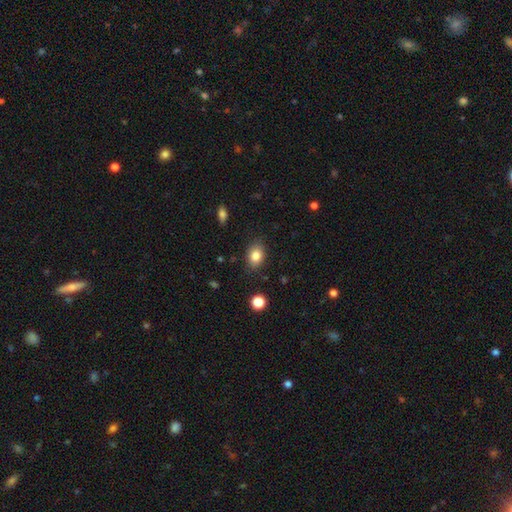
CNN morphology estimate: Smooth or featured? smooth (83%)
How rounded? in between (76%)
Merging? none (83%)